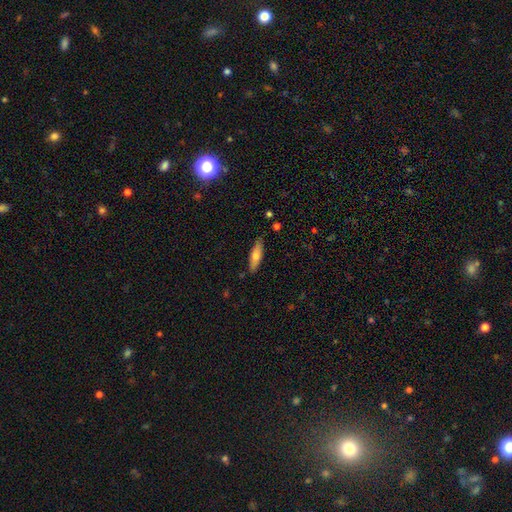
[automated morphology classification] The model was most divided on "how rounded": cigar-shaped: 64%, in between: 34%, round: 2%. More confident: merging — none (85%); smooth or featured — smooth (66%).